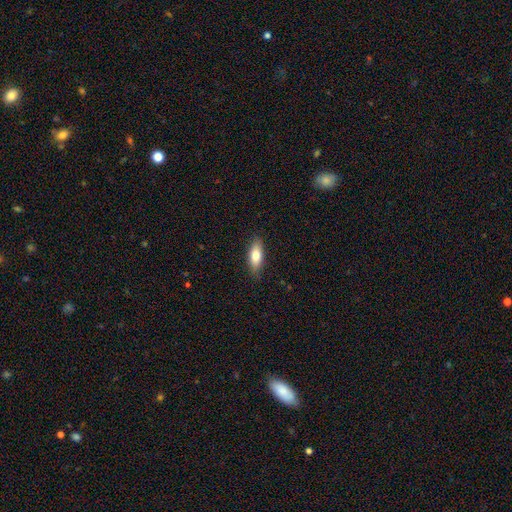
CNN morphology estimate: smooth 78%, featured or disk 16%, star or artifact 6%. Down the decision tree: how rounded — in between (74%); merging — none (84%).